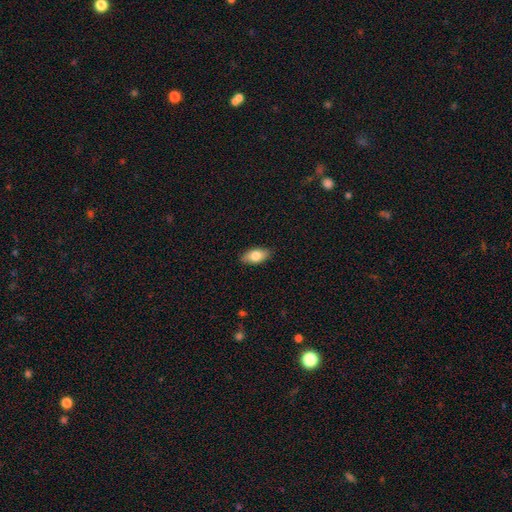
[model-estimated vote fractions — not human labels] Q: Smooth or featured?
A: smooth (81%); runner-up: featured or disk (13%)
Q: How rounded?
A: in between (91%); runner-up: cigar-shaped (5%)
Q: Merging?
A: none (88%); runner-up: minor disturbance (9%)